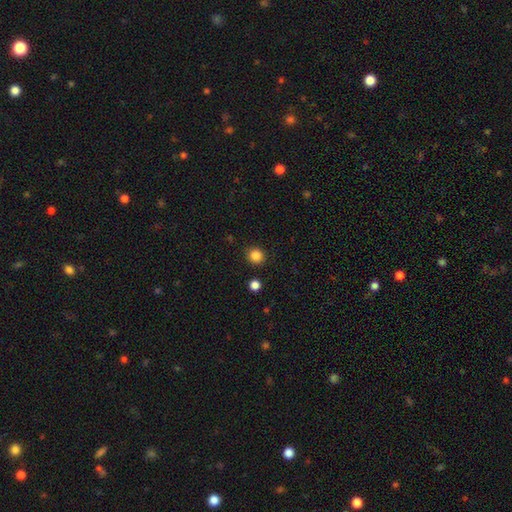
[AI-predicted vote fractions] Smooth or featured?
  - smooth: 85% *
  - star or artifact: 11%
  - featured or disk: 3%
How rounded?
  - round: 92% *
  - in between: 7%
  - cigar-shaped: 1%
Merging?
  - none: 90% *
  - minor disturbance: 6%
  - merger: 2%
  - major disturbance: 2%